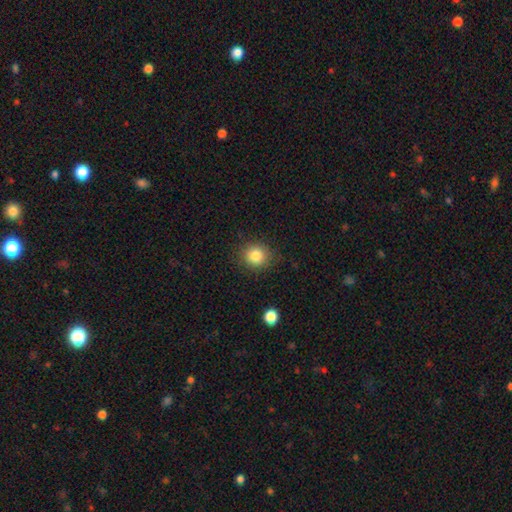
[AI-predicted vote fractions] Overall: smooth (83%). How rounded: round (84%). Merging: none (87%).